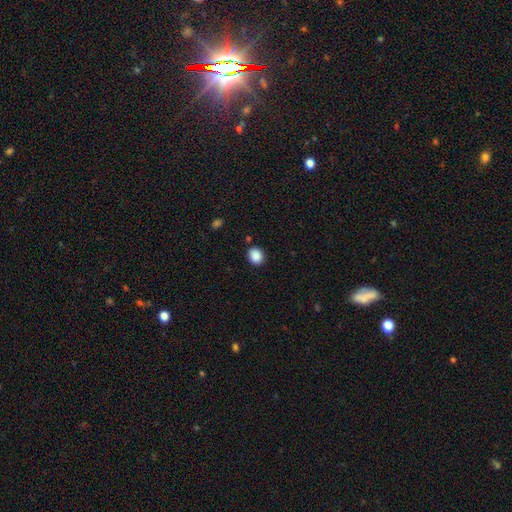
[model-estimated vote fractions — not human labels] Q: Smooth or featured?
A: smooth (88%); runner-up: star or artifact (9%)
Q: How rounded?
A: round (67%); runner-up: in between (32%)
Q: Merging?
A: none (87%); runner-up: minor disturbance (8%)